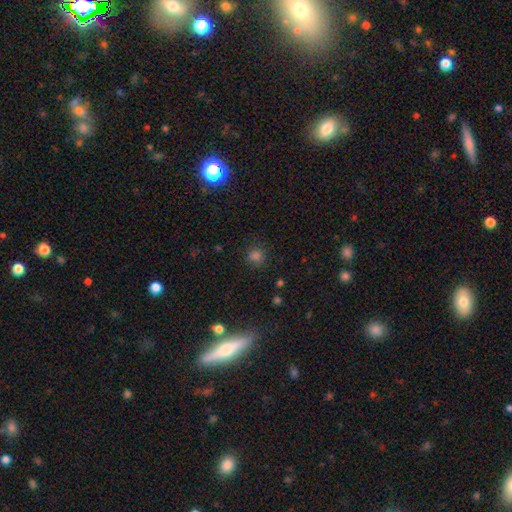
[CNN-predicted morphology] Smooth or featured: smooth — 72% (star or artifact — 23%)
How rounded: round — 88% (in between — 11%)
Merging: none — 84% (minor disturbance — 10%)